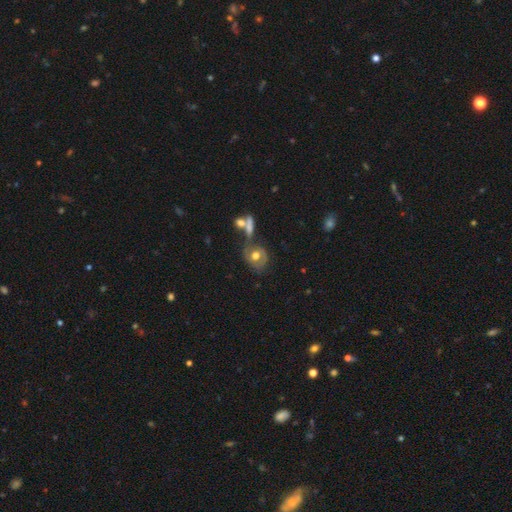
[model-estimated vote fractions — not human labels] Smooth or featured: featured or disk — 57% (smooth — 34%)
Edge-on disk: no — 94% (yes — 6%)
Bar: no — 72% (weak — 21%)
Spiral arms: yes — 68% (no — 32%)
Bulge size: moderate — 68% (large — 23%)
Merging: none — 49% (minor disturbance — 19%)